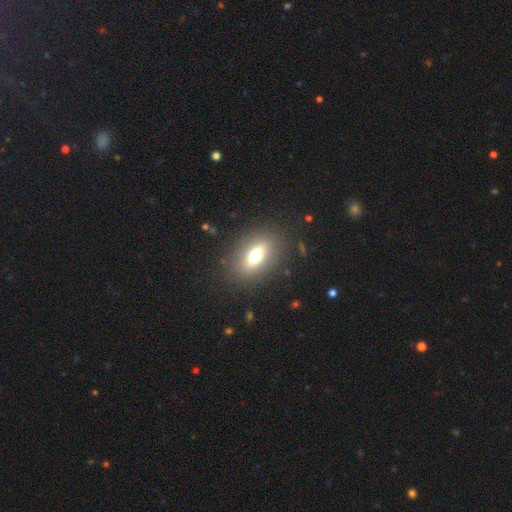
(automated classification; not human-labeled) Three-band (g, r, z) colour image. It shows a smooth galaxy with no disk features (64%) that is in between round and cigar-shaped (74%). Merging: none (85%).